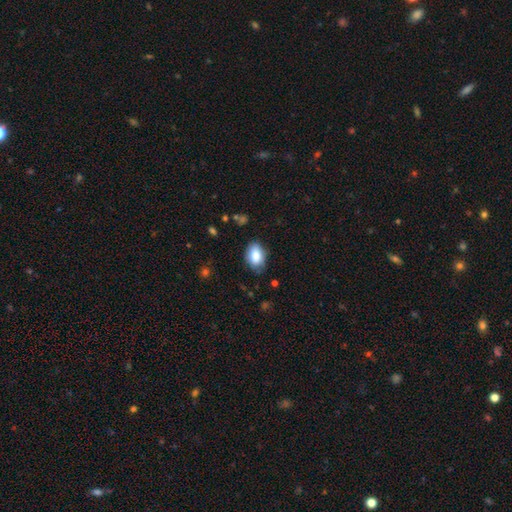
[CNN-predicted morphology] Overall: smooth (85%). How rounded: in between (88%). Merging: none (73%).